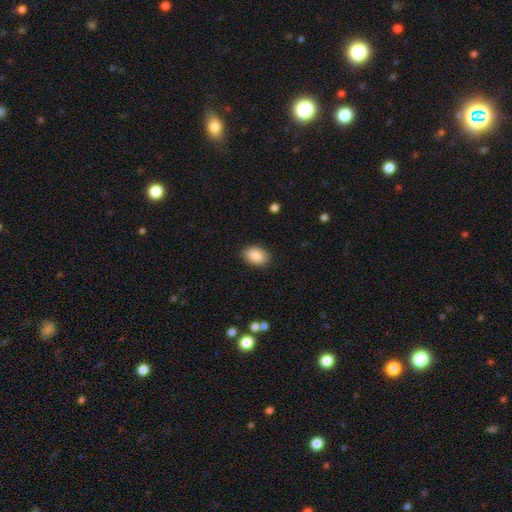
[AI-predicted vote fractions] This appears to be a smooth galaxy with no disk features (89%) that is in between round and cigar-shaped (87%). Merging: none (87%).